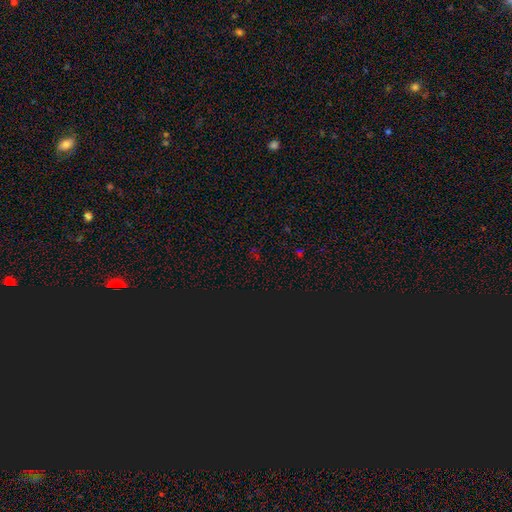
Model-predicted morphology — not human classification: Q: Smooth or featured?
A: star or artifact (70%); runner-up: smooth (23%)